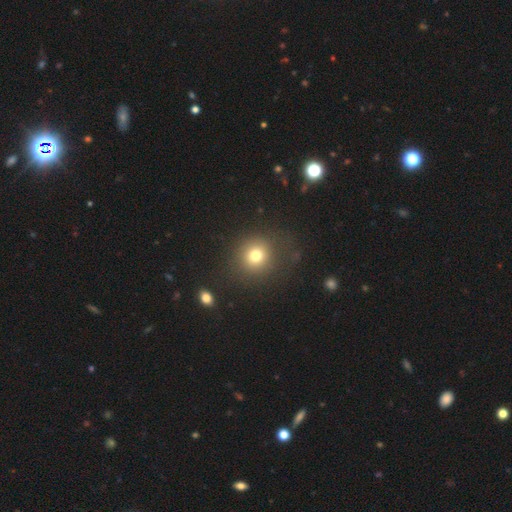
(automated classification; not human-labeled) smooth_or_featured: smooth (p=0.76) [alt: star or artifact p=0.14]
how_rounded: round (p=0.87) [alt: in between p=0.12]
merging: none (p=0.79) [alt: minor disturbance p=0.11]